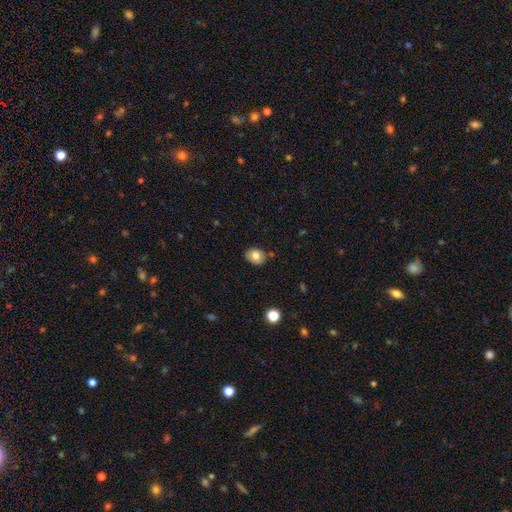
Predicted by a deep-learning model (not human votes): Smooth or featured? smooth (76%)
How rounded? in between (56%)
Merging? none (80%)